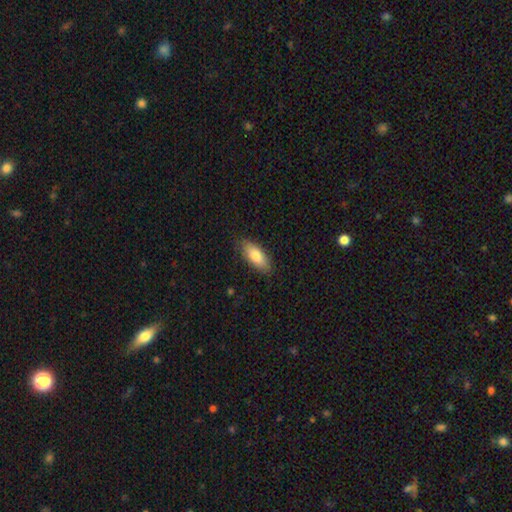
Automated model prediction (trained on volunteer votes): smooth 78%, featured or disk 15%, star or artifact 6%. Down the decision tree: how rounded — in between (80%); merging — none (84%).